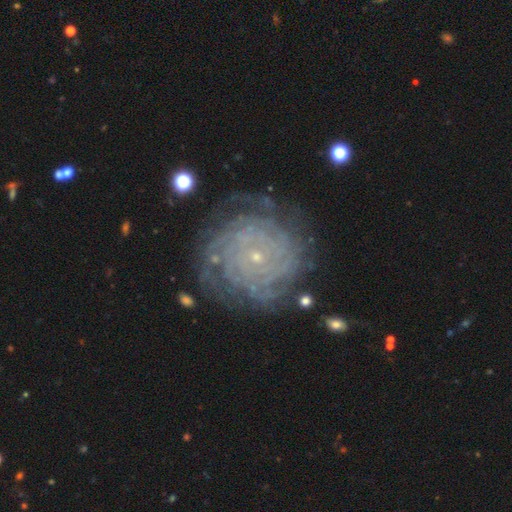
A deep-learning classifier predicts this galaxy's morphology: featured or disk 83%, smooth 9%, star or artifact 8%. Down the decision tree: edge-on disk — no (97%); bar — no (82%); spiral arms — yes (95%); spiral arm count — can't tell (32%); spiral winding — tight (85%); bulge size — small (89%); merging — none (77%).